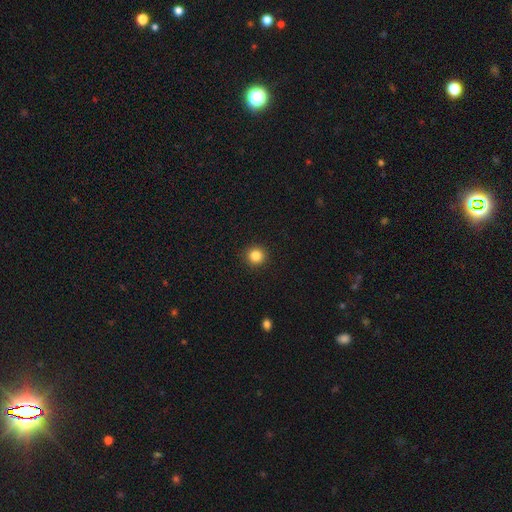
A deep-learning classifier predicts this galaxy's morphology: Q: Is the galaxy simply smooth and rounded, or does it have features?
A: smooth — 85%.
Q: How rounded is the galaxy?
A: round — 94%.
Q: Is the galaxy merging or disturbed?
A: none — 92%.